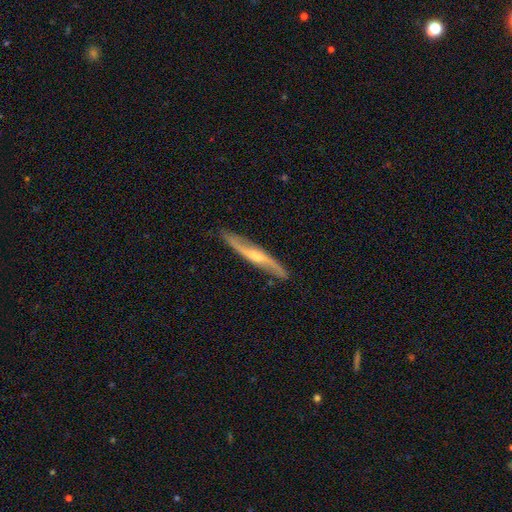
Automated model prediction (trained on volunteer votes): Smooth or featured? Predicted: featured or disk (p=0.82). Edge-on disk? Predicted: yes (p=0.56). Merging? Predicted: none (p=0.84).